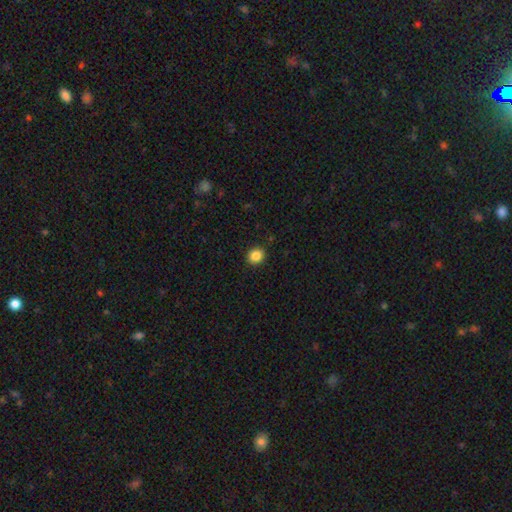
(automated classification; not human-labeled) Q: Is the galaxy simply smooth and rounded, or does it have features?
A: smooth — 86%.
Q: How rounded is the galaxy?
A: round — 76%.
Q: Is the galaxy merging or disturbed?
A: none — 91%.